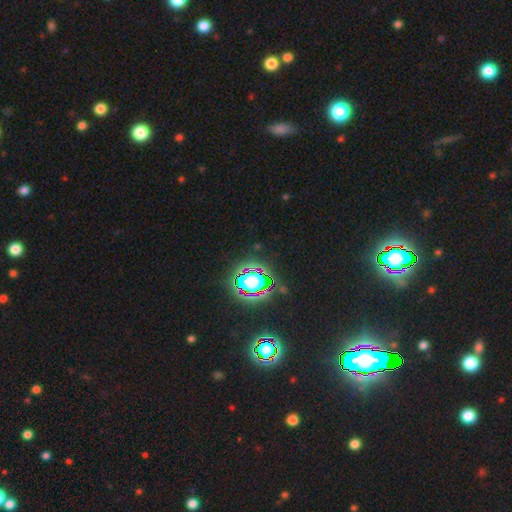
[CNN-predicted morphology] This appears to be a star or artifact, not a galaxy (82%).